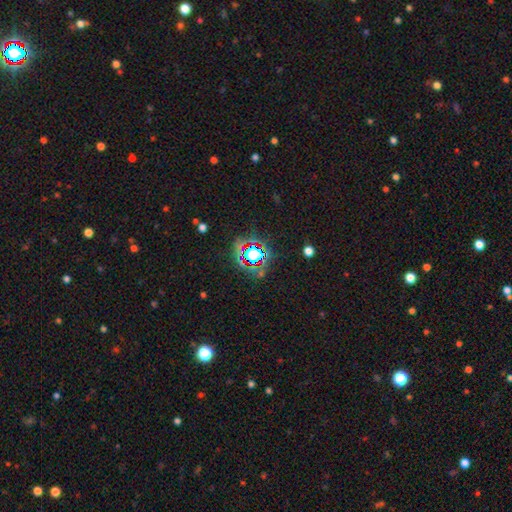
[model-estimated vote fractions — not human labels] Overall: star or artifact (66%).